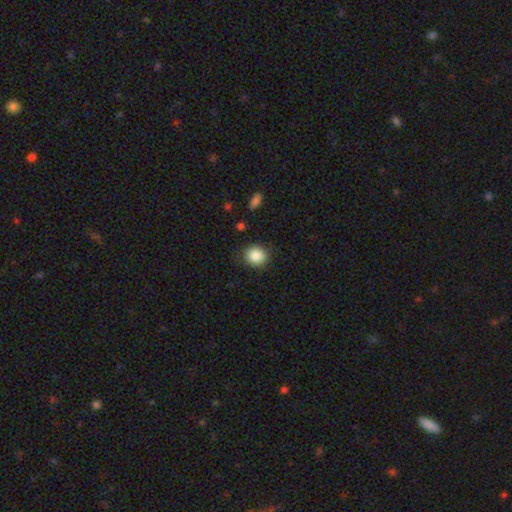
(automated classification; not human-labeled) This appears to be a smooth galaxy with no disk features (87%) that is round (77%). Merging: none (84%).